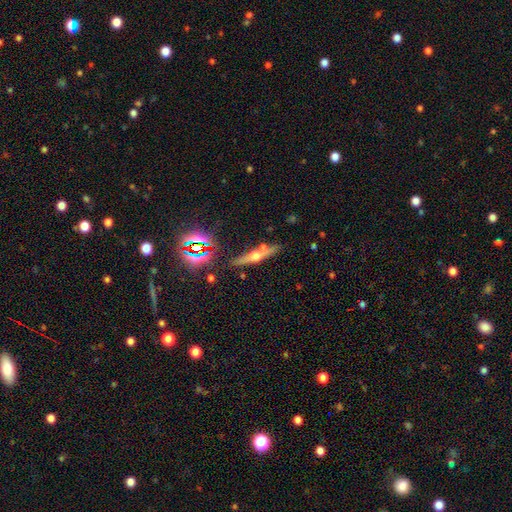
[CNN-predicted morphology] Q: Smooth or featured?
A: featured or disk (58%); runner-up: smooth (30%)
Q: Edge-on disk?
A: yes (91%); runner-up: no (9%)
Q: Edge-on bulge?
A: rounded (92%); runner-up: boxy (4%)
Q: Merging?
A: none (73%); runner-up: minor disturbance (13%)